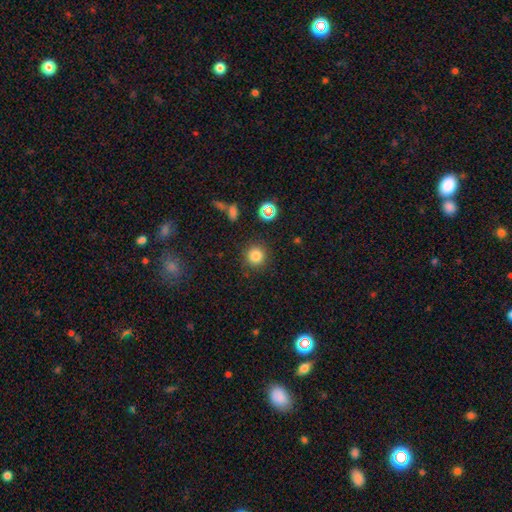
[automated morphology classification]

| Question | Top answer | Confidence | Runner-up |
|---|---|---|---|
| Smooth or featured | smooth | 82% | star or artifact (13%) |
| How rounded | round | 93% | in between (6%) |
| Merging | none | 86% | minor disturbance (8%) |